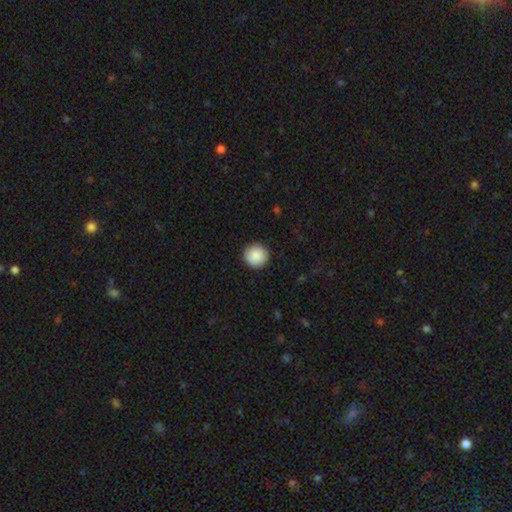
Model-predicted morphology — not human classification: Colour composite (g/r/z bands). It shows a smooth galaxy with no disk features (89%) that is round (95%). Merging: none (92%).